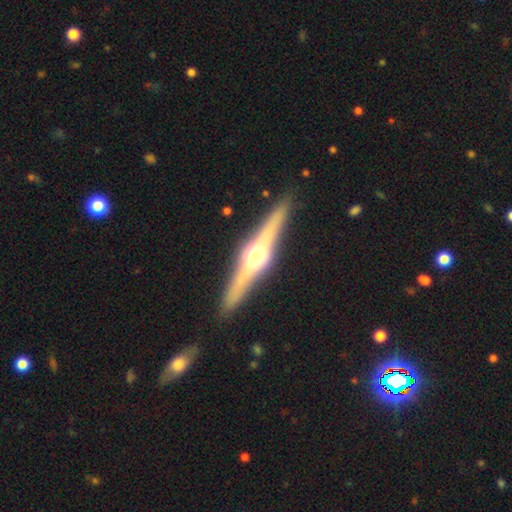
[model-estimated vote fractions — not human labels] This appears to be a featured or disk galaxy (78%) viewed edge-on (97%) with a rounded central bulge (93%). Merging: none (90%).